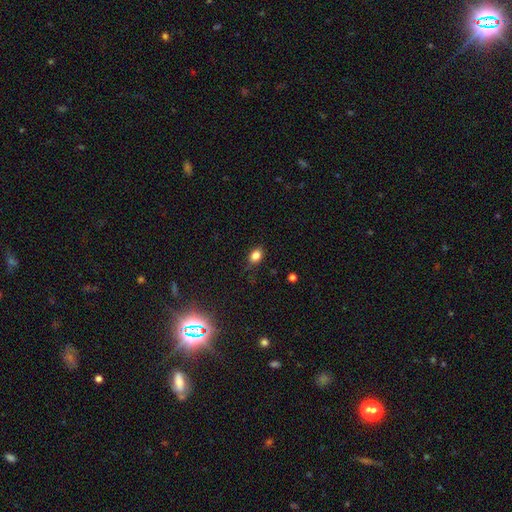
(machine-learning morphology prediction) type=smooth (81%); roundness=in between (71%); merging=none (77%).